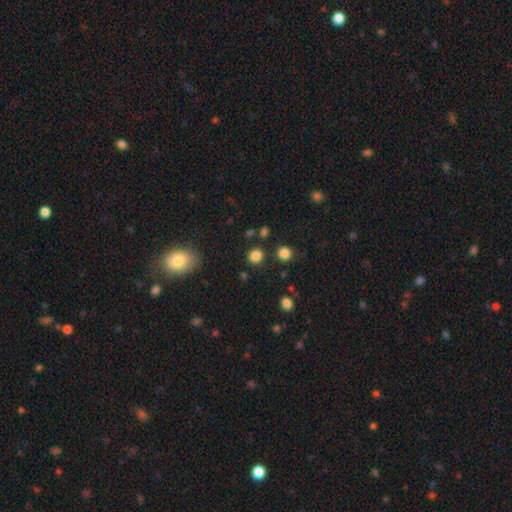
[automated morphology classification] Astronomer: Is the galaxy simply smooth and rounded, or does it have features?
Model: smooth — 82%.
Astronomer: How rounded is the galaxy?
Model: round — 84%.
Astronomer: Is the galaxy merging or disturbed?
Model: none — 86%.